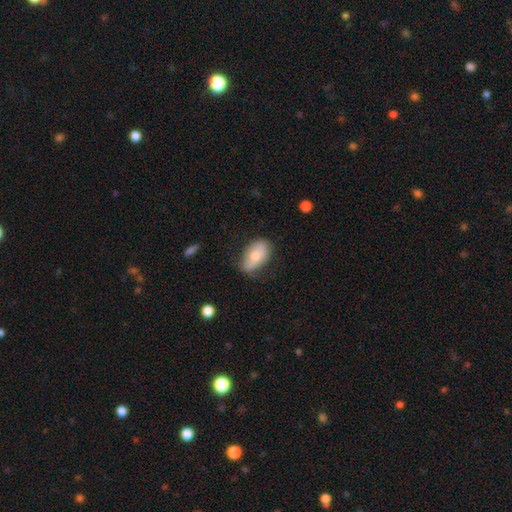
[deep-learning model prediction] smooth-or-featured: smooth: 67% | featured or disk: 26% | star or artifact: 7%
  how-rounded: in between: 91% | round: 7% | cigar-shaped: 2%
  merging: none: 67% | minor disturbance: 26% | major disturbance: 6% | merger: 2%